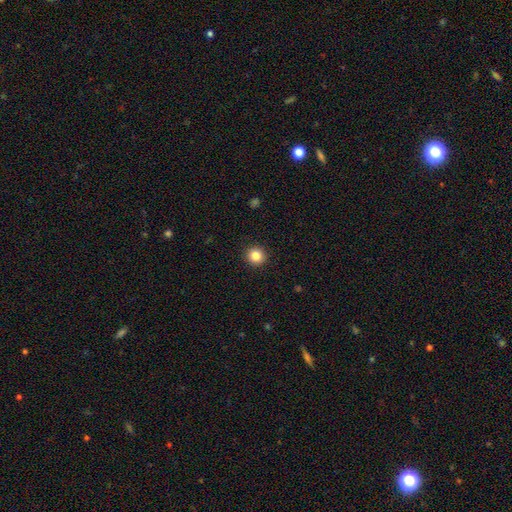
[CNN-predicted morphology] The model was most divided on "smooth or featured": smooth: 84%, star or artifact: 11%, featured or disk: 5%. More confident: how rounded — round (94%); merging — none (93%).